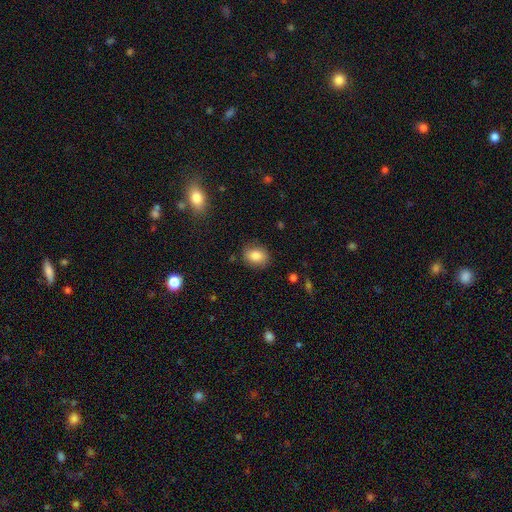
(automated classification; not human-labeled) smooth 83%, star or artifact 9%, featured or disk 8%. Down the decision tree: how rounded — in between (59%); merging — none (85%).